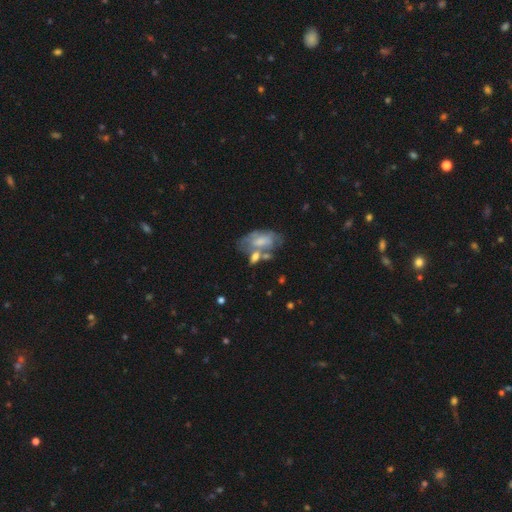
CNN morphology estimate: Smooth or featured? Predicted: smooth (p=0.49). Merging? Predicted: none (p=0.35).